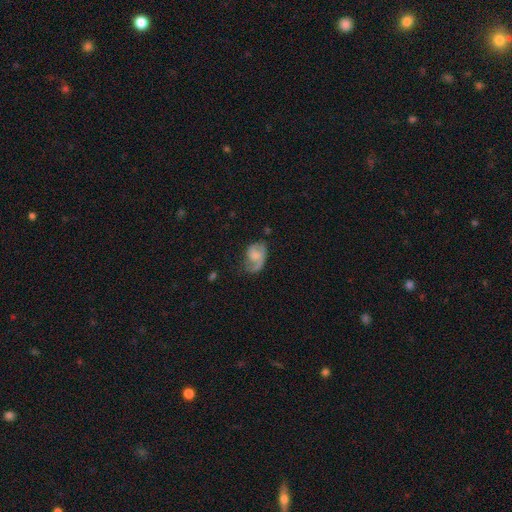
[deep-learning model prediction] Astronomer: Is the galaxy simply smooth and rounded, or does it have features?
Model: featured or disk — 57% (runner-up: smooth, 35%).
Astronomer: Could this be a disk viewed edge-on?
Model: no — 97%.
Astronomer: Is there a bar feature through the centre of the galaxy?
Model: no — 67%.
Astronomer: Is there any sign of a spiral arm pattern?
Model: yes — 85%.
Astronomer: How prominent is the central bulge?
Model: none — 36% (runner-up: small, 26%).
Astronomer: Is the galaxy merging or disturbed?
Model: none — 41% (runner-up: major disturbance, 29%).